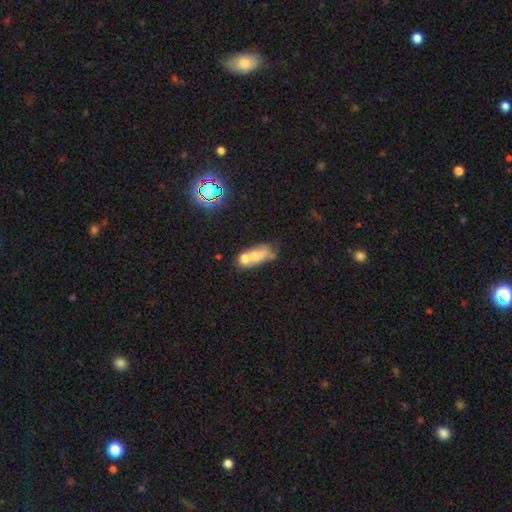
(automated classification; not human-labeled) Smooth or featured: smooth — 59% (featured or disk — 28%)
How rounded: in between — 74% (cigar-shaped — 15%)
Merging: merger — 49% (none — 25%)